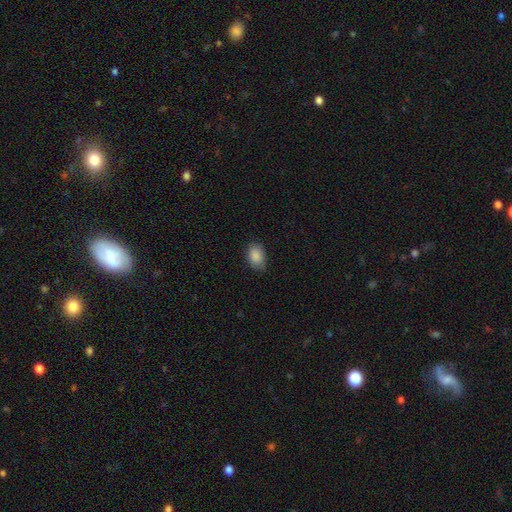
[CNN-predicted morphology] This appears to be a smooth galaxy with no disk features (88%) that is in between round and cigar-shaped (84%). Merging: none (77%).